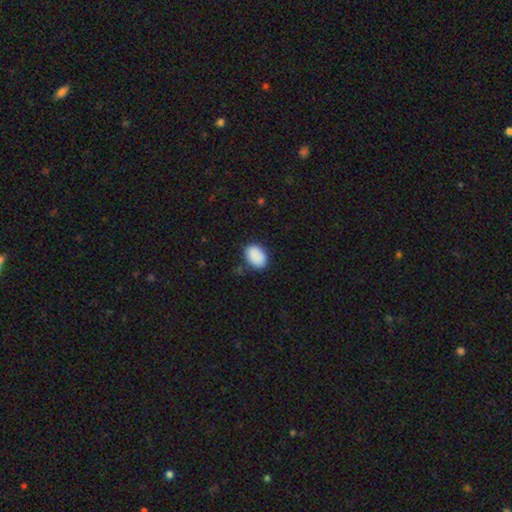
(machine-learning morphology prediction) smooth 90%, star or artifact 7%, featured or disk 4%. Down the decision tree: how rounded — in between (85%); merging — none (81%).